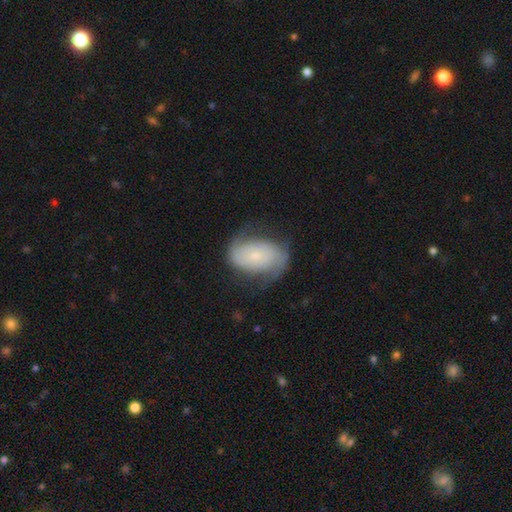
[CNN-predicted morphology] This is likely a featured or disk galaxy (66%). It is clearly not viewed edge-on (97%). Bar: likely no (67%). Spiral arm pattern: clearly yes (89%). Spiral arm count: clearly 2 (85%). Spiral winding: marginally medium (40%). Central bulge: likely small (70%). Merging: likely none (63%).